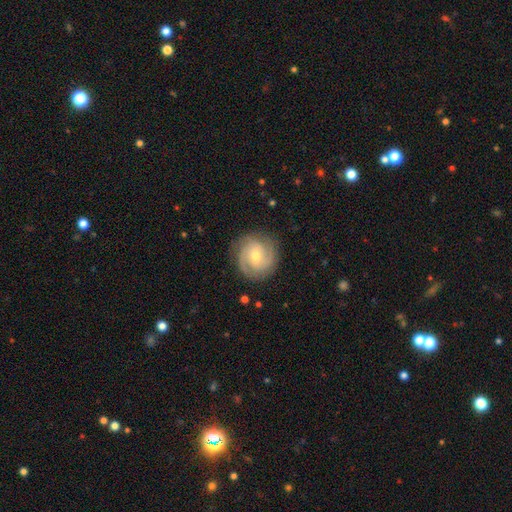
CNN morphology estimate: A featured or disk galaxy (83%) with a weak bar (48%), 2 (38%) tight (61%) spiral arms (97%) and a small central bulge (48%, tied with moderate). Merging: none (84%).